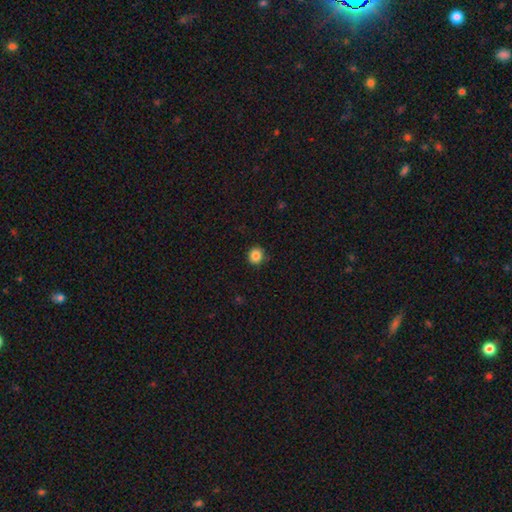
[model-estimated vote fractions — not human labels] smooth 86%, star or artifact 10%, featured or disk 4%. Down the decision tree: how rounded — round (89%); merging — none (88%).